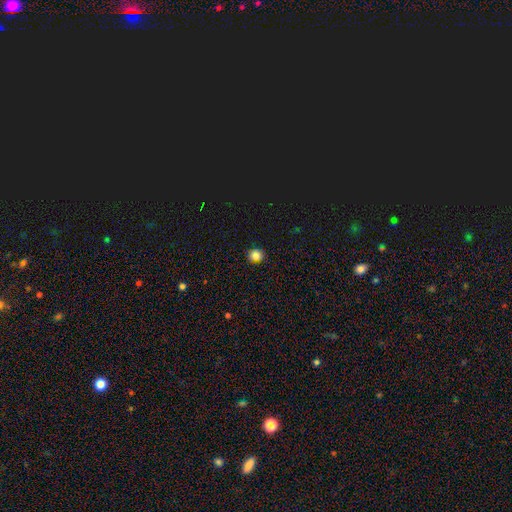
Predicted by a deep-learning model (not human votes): Smooth or featured? smooth (81%)
How rounded? round (80%)
Merging? none (90%)